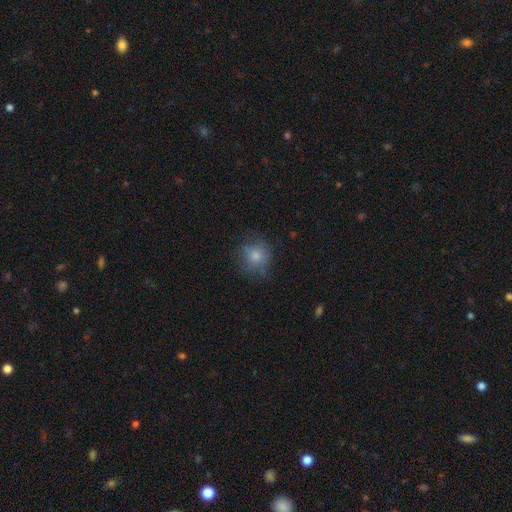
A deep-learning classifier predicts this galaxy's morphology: Q: Smooth or featured?
A: smooth (77%); runner-up: featured or disk (12%)
Q: How rounded?
A: round (85%); runner-up: in between (14%)
Q: Merging?
A: none (67%); runner-up: minor disturbance (22%)